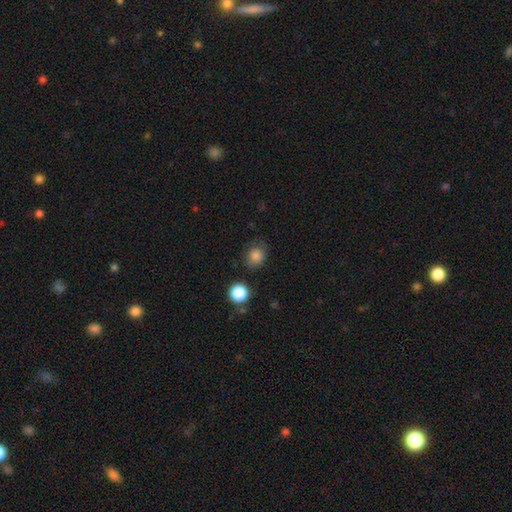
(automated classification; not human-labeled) This appears to be a smooth galaxy with no disk features (82%) that is round (73%). Merging: none (70%).